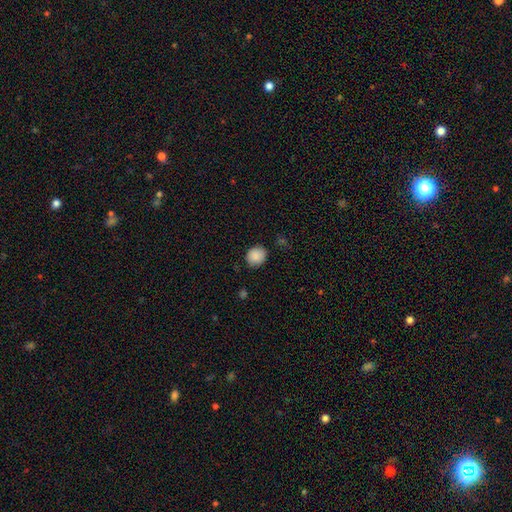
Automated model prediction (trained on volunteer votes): smooth_or_featured: smooth (p=0.88) [alt: star or artifact p=0.08]
how_rounded: round (p=0.79) [alt: in between p=0.20]
merging: none (p=0.82) [alt: minor disturbance p=0.14]